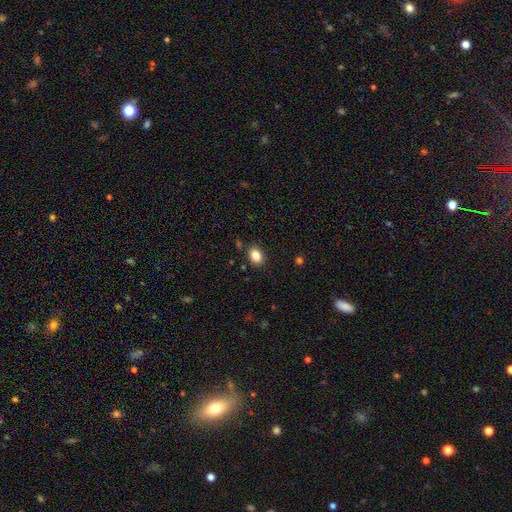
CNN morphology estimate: Q: Smooth or featured?
A: smooth (85%); runner-up: star or artifact (9%)
Q: How rounded?
A: in between (74%); runner-up: round (25%)
Q: Merging?
A: none (87%); runner-up: minor disturbance (9%)